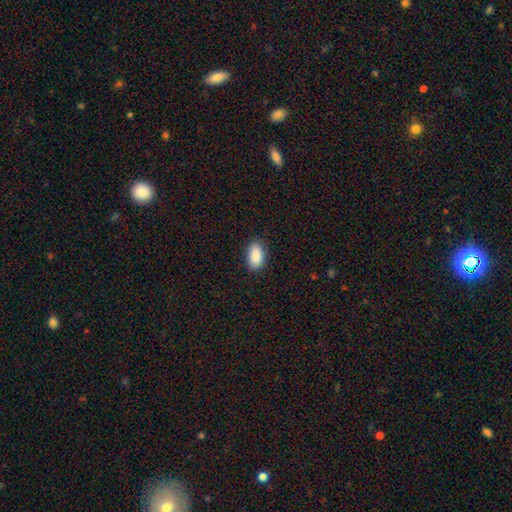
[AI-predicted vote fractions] Smooth or featured: smooth — 89% (star or artifact — 7%)
How rounded: in between — 93% (cigar-shaped — 3%)
Merging: none — 86% (minor disturbance — 11%)